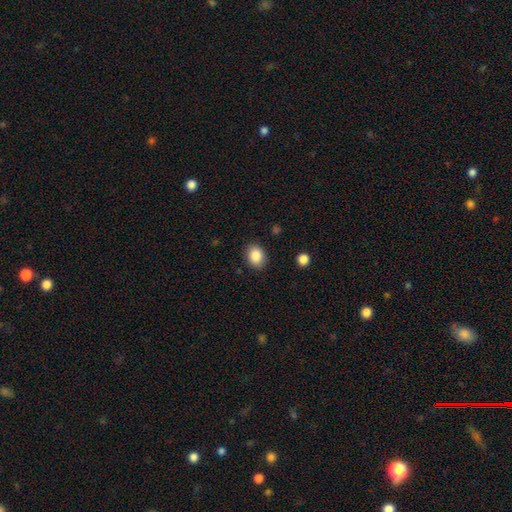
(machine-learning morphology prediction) Smooth or featured: smooth — 87% (star or artifact — 8%)
How rounded: in between — 56% (round — 43%)
Merging: none — 87% (minor disturbance — 9%)